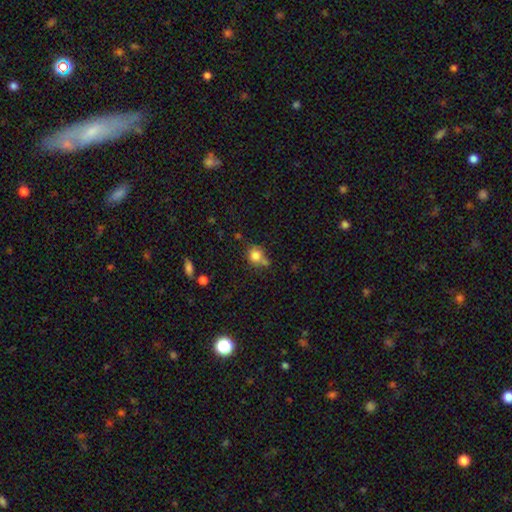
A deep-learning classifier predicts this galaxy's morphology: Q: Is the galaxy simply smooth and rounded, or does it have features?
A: smooth — 80%.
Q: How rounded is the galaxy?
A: round — 80%.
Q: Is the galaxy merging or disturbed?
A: none — 54%.